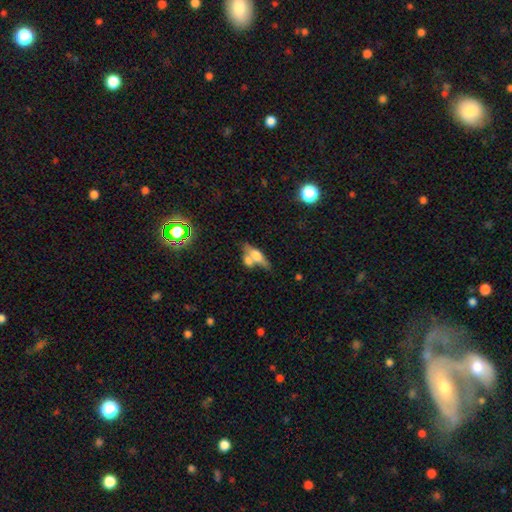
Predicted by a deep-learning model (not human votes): This is possibly a smooth galaxy (48%). Merging: possibly merger (45%).